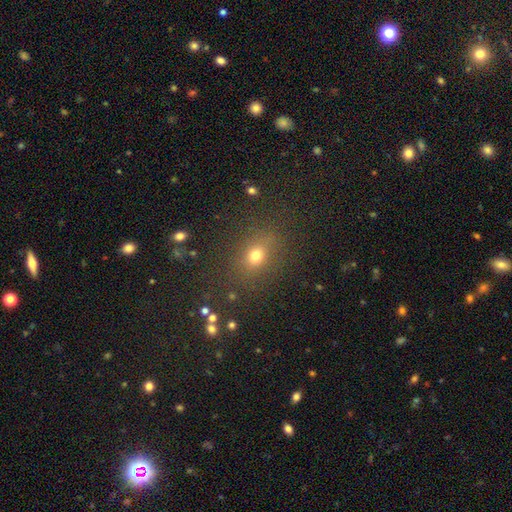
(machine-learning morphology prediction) This appears to be a smooth galaxy with no disk features (70%) that is in between round and cigar-shaped (49%). Merging: none (82%).